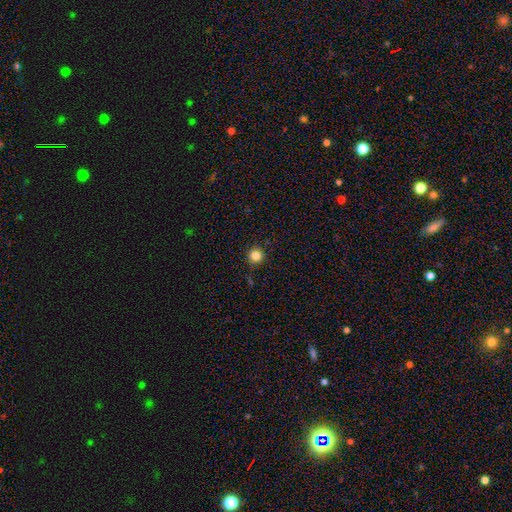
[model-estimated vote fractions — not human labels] smooth_or_featured: smooth (p=0.83) [alt: star or artifact p=0.12]
how_rounded: round (p=0.95) [alt: in between p=0.04]
merging: none (p=0.90) [alt: minor disturbance p=0.06]